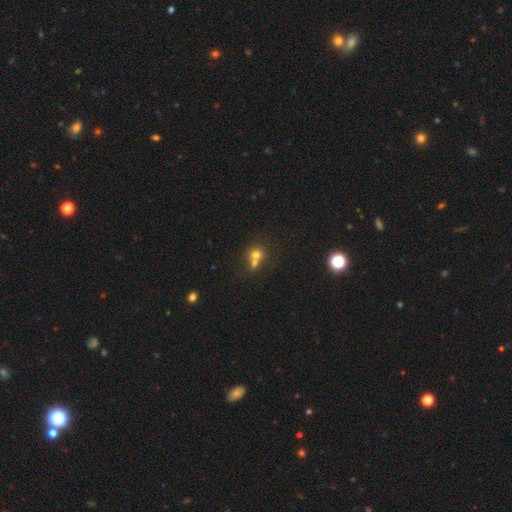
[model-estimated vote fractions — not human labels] A smooth galaxy with no disk features (67%) that is round (78%).

Vote fractions:
- Smooth or featured? smooth: 67% / star or artifact: 17% / featured or disk: 16%
- How rounded? round: 78% / in between: 21% / cigar-shaped: 1%
- Merging? merger: 57% / none: 33% / minor disturbance: 6% / major disturbance: 3%